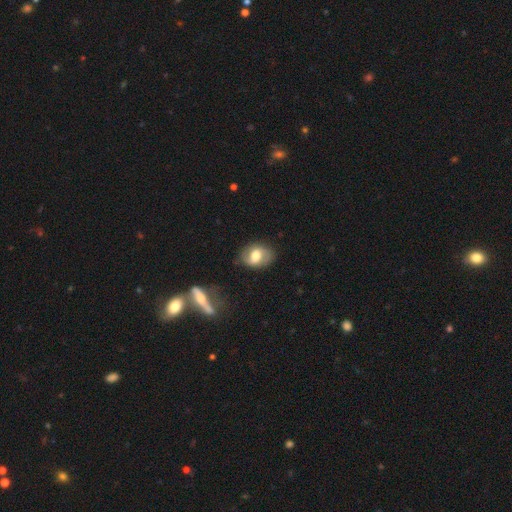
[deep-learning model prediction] The model was most divided on "smooth or featured": smooth: 53%, featured or disk: 40%, star or artifact: 8%. More confident: merging — none (76%); how rounded — in between (70%).